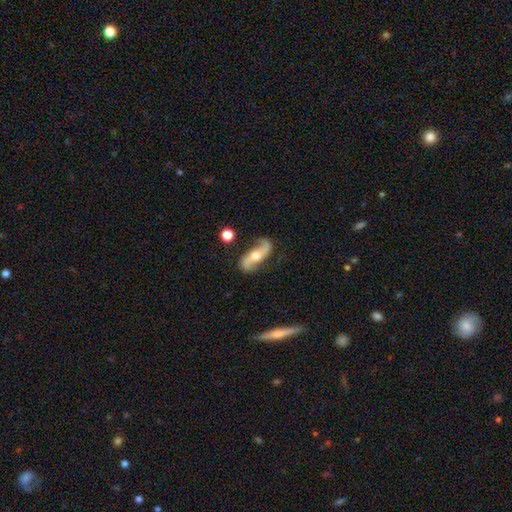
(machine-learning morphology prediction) This is clearly a featured or disk galaxy (85%). It is clearly not viewed edge-on (92%). Bar: possibly no (54%). Spiral arm pattern: clearly yes (96%). Spiral arm count: clearly 2 (93%). Spiral winding: likely loose (73%). Central bulge: likely moderate (69%). Merging: likely none (77%).